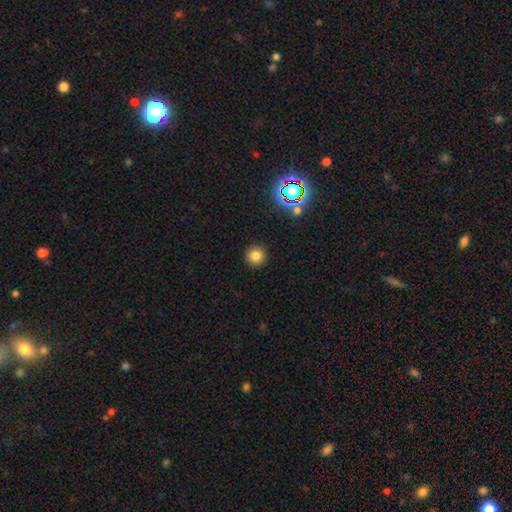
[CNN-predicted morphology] smooth 80%, star or artifact 14%, featured or disk 5%. Down the decision tree: how rounded — round (95%); merging — none (92%).